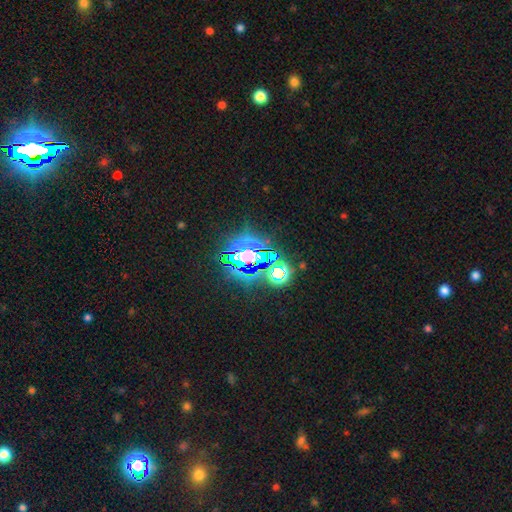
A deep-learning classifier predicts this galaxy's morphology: A star or artifact, not a galaxy (76%).